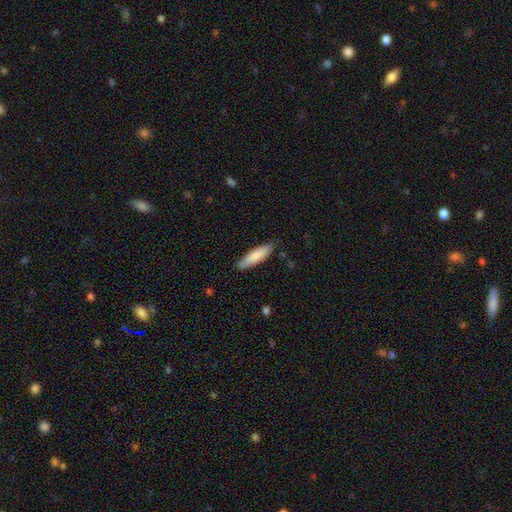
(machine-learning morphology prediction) Overall: smooth (82%). How rounded: cigar-shaped (62%; in between 37%). Merging: none (84%).